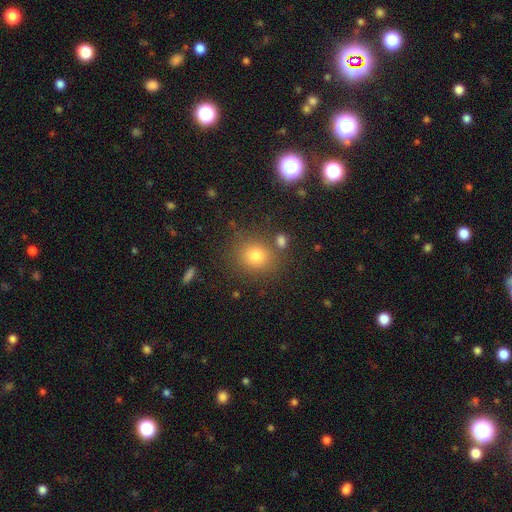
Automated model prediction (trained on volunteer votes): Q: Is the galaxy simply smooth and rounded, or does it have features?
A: smooth — 76%.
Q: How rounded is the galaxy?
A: round — 79%.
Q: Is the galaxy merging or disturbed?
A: none — 78%.